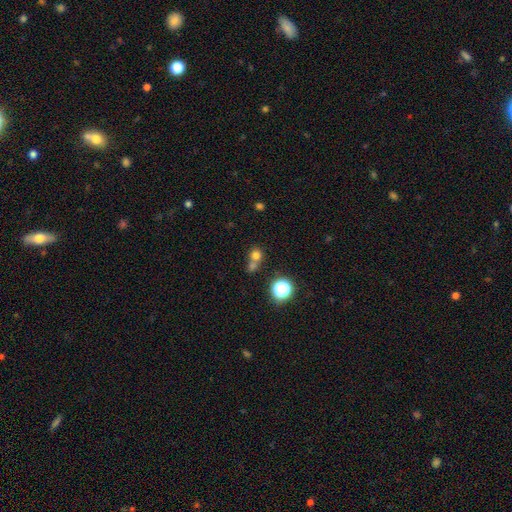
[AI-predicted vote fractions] Smooth or featured? Predicted: smooth (p=0.70). How rounded? Predicted: round (p=0.85). Merging? Predicted: none (p=0.45, tied with merger).